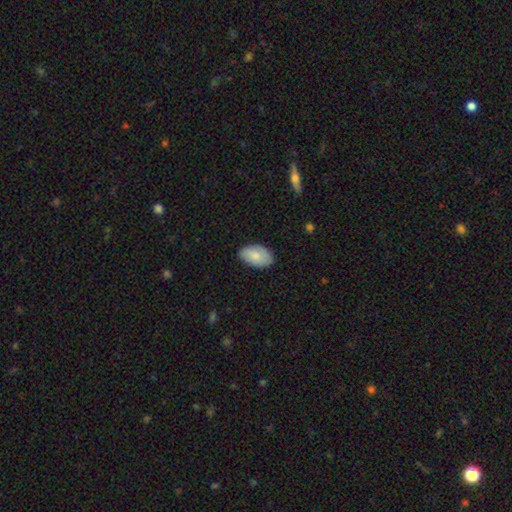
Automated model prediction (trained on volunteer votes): This is clearly a smooth galaxy (82%). How rounded: clearly in between (94%). Merging: clearly none (82%).